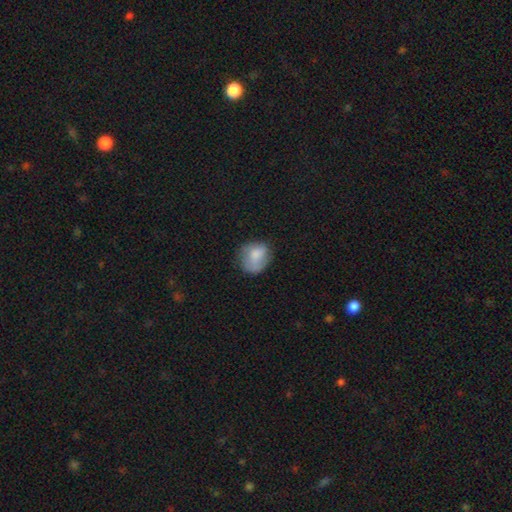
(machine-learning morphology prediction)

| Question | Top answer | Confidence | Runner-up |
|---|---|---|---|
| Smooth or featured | smooth | 76% | featured or disk (16%) |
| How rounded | round | 61% | in between (38%) |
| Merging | none | 54% | minor disturbance (30%) |